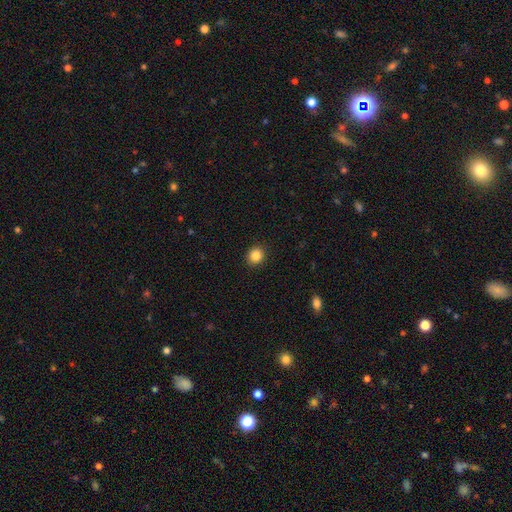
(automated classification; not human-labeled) smooth-or-featured: smooth: 85% | star or artifact: 10% | featured or disk: 4%
  how-rounded: round: 85% | in between: 14% | cigar-shaped: 1%
  merging: none: 92% | minor disturbance: 6% | major disturbance: 2% | merger: 1%